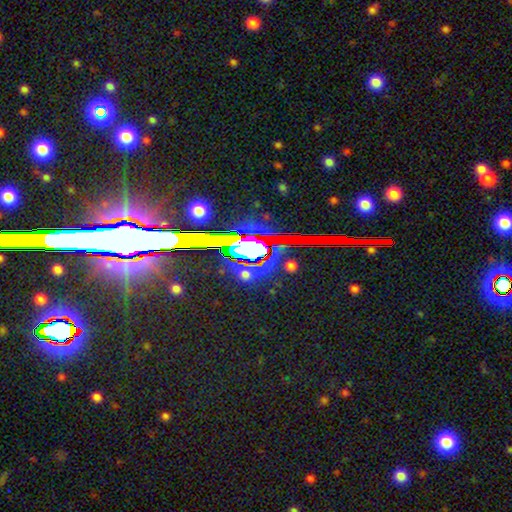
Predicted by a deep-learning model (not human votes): Smooth or featured? Predicted: star or artifact (p=0.79).